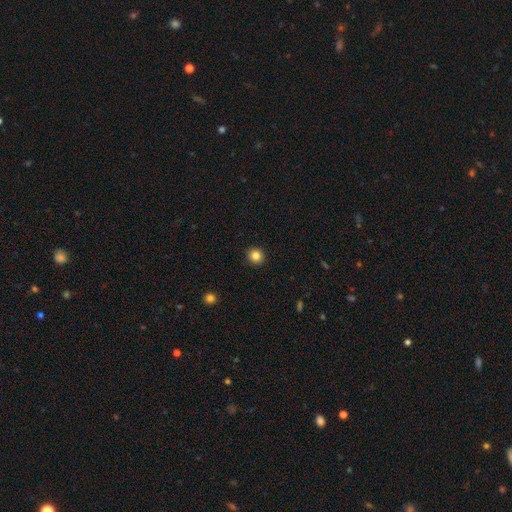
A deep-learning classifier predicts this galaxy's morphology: Q: Smooth or featured?
A: smooth (84%); runner-up: star or artifact (11%)
Q: How rounded?
A: round (91%); runner-up: in between (8%)
Q: Merging?
A: none (93%); runner-up: minor disturbance (5%)